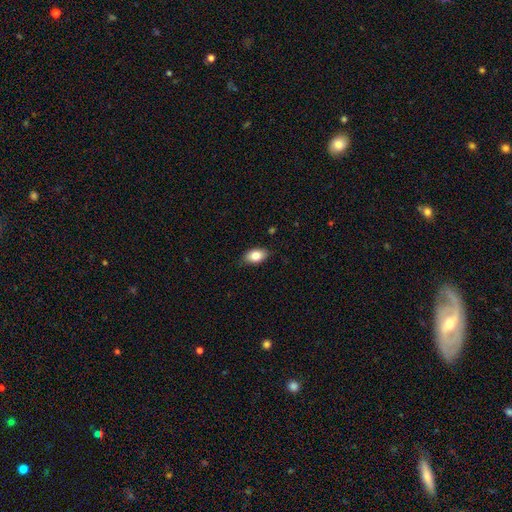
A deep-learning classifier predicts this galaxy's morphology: The model was most divided on "merging": none: 84%, minor disturbance: 13%, major disturbance: 2%, merger: 1%. More confident: how rounded — in between (90%); smooth or featured — smooth (83%).